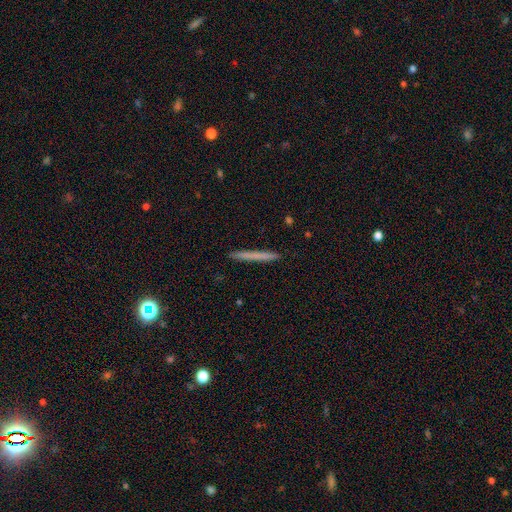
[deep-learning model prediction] A smooth galaxy with no disk features (67%) that is cigar-shaped (97%).

Vote fractions:
- Smooth or featured? smooth: 67% / featured or disk: 27% / star or artifact: 6%
- How rounded? cigar-shaped: 97% / in between: 2% / round: 1%
- Merging? none: 92% / minor disturbance: 6% / major disturbance: 1% / merger: 1%